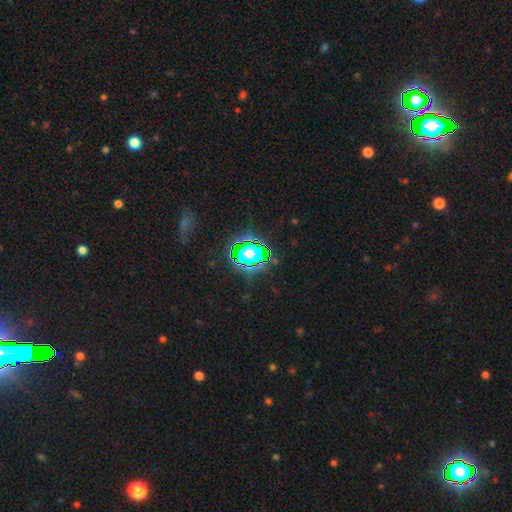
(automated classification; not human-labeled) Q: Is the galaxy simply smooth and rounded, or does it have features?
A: star or artifact — 64%.